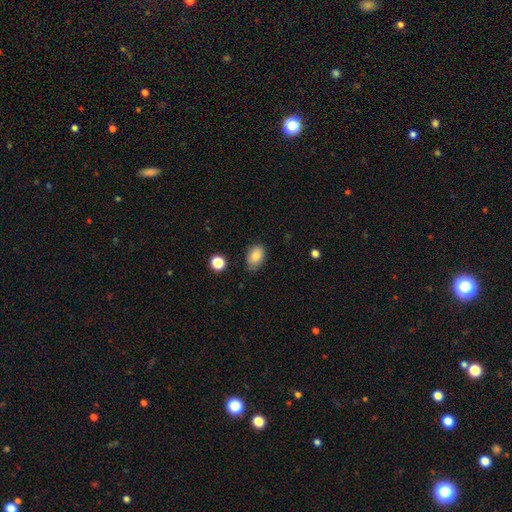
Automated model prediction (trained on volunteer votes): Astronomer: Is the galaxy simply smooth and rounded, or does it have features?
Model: smooth — 84%.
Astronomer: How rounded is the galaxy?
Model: in between — 84%.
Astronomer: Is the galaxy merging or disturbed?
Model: none — 76%.